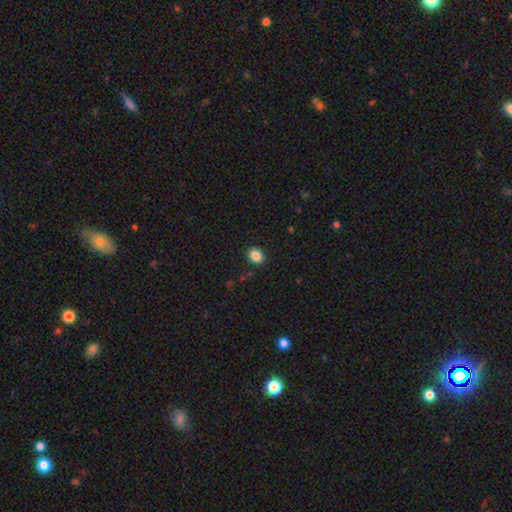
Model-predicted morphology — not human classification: Smooth or featured?
  - smooth: 86% *
  - star or artifact: 9%
  - featured or disk: 4%
How rounded?
  - in between: 59% *
  - round: 41%
  - cigar-shaped: 1%
Merging?
  - none: 89% *
  - minor disturbance: 8%
  - major disturbance: 2%
  - merger: 1%